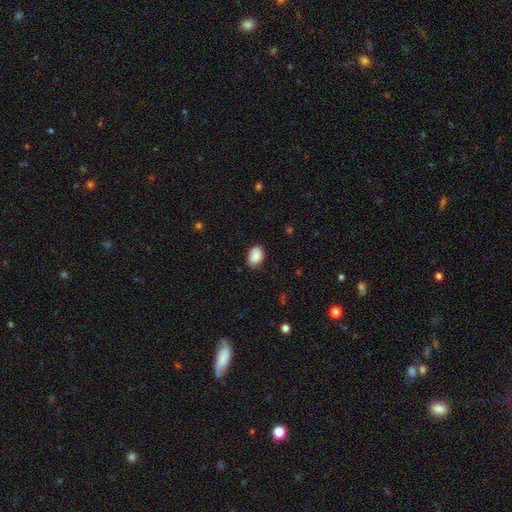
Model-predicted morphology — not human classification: Q: Smooth or featured?
A: smooth (88%); runner-up: star or artifact (7%)
Q: How rounded?
A: in between (80%); runner-up: round (19%)
Q: Merging?
A: none (79%); runner-up: minor disturbance (16%)